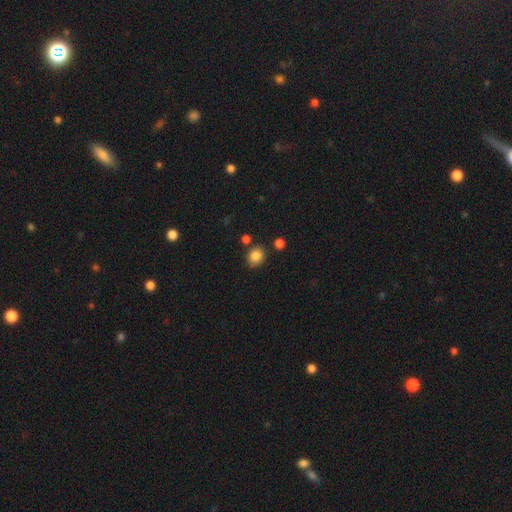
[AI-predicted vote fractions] smooth-or-featured: smooth: 85% | star or artifact: 10% | featured or disk: 5%
  how-rounded: round: 68% | in between: 31% | cigar-shaped: 1%
  merging: none: 79% | minor disturbance: 11% | merger: 7% | major disturbance: 3%